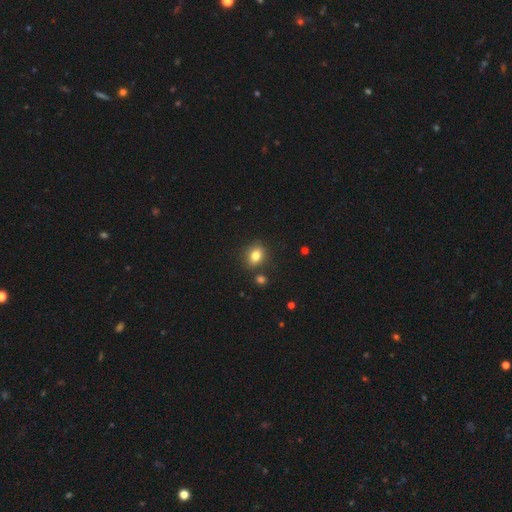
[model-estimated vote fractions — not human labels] Overall: smooth (82%). How rounded: in between (51%; round 48%). Merging: none (81%).